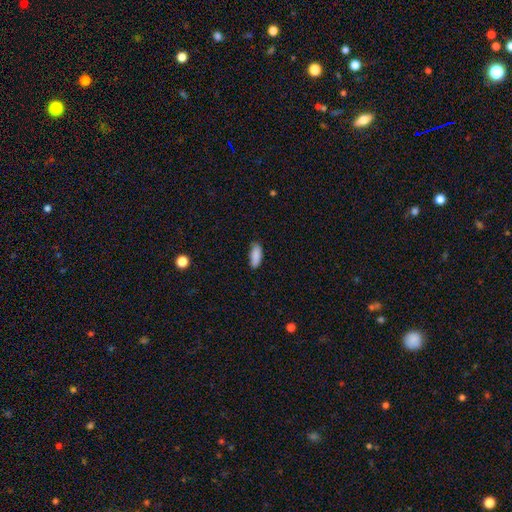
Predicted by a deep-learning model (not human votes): Q: Smooth or featured?
A: smooth (89%); runner-up: star or artifact (7%)
Q: How rounded?
A: in between (78%); runner-up: cigar-shaped (20%)
Q: Merging?
A: none (77%); runner-up: minor disturbance (19%)